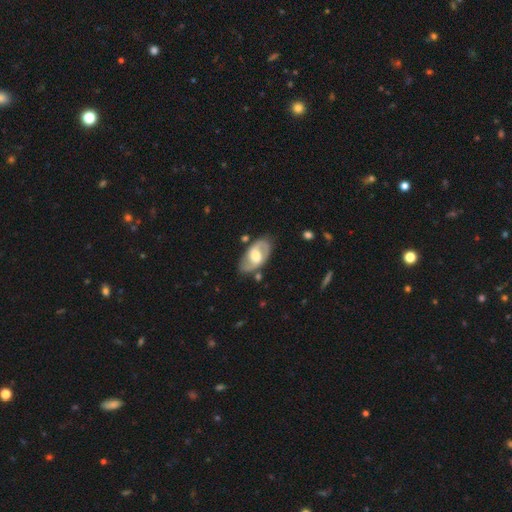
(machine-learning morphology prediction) Smooth or featured? Predicted: featured or disk (p=0.70). Edge-on disk? Predicted: no (p=0.93). Bar? Predicted: weak (p=0.44). Spiral arms? Predicted: yes (p=0.76). Bulge size? Predicted: moderate (p=0.54). Merging? Predicted: none (p=0.75).